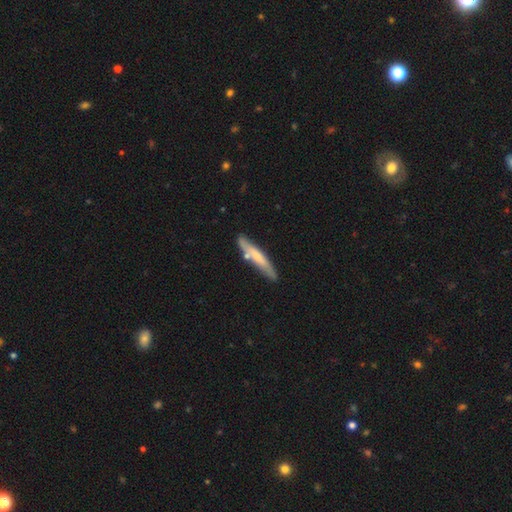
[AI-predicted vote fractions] This is possibly a smooth galaxy (55%). How rounded: clearly cigar-shaped (90%). Merging: likely none (75%).